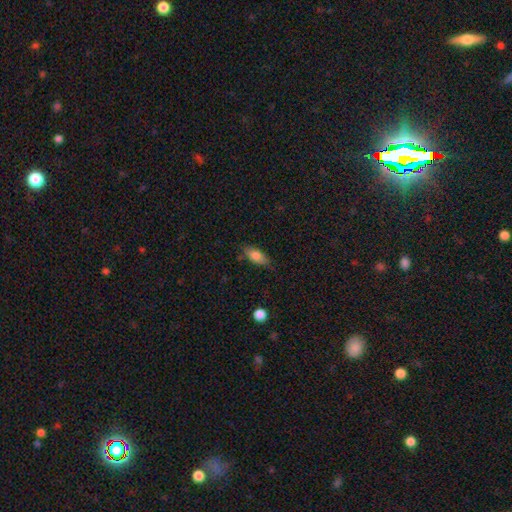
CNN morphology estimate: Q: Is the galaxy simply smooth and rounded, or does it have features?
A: smooth — 80%.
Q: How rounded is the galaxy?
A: in between — 82%.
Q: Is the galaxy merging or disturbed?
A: none — 76%.